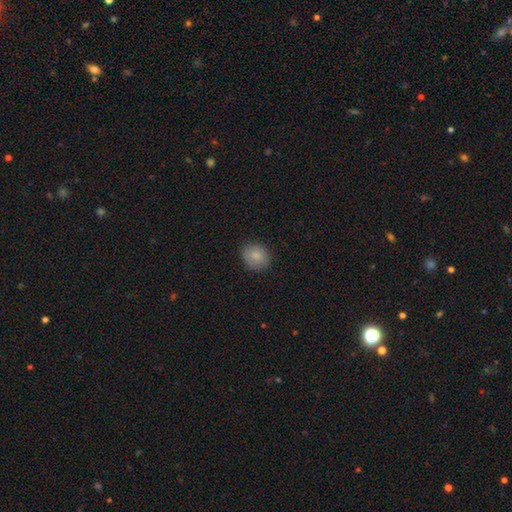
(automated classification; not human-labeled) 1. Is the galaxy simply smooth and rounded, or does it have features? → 84% smooth, 9% star or artifact, 8% featured or disk.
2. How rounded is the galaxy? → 73% round, 26% in between, 1% cigar-shaped.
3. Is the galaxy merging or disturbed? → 83% none, 13% minor disturbance, 3% major disturbance, 1% merger.